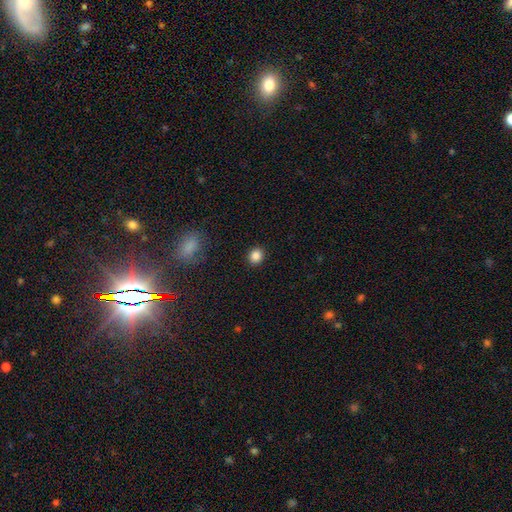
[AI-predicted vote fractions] smooth 85%, star or artifact 11%, featured or disk 4%. Down the decision tree: how rounded — round (72%); merging — none (91%).